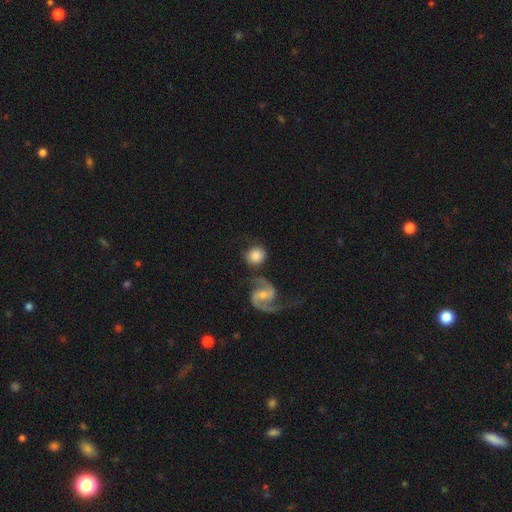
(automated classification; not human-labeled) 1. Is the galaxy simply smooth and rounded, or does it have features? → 61% smooth, 32% featured or disk, 7% star or artifact.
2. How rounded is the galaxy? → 89% round, 10% in between, 1% cigar-shaped.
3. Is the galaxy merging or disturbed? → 69% none, 13% merger, 13% minor disturbance, 5% major disturbance.